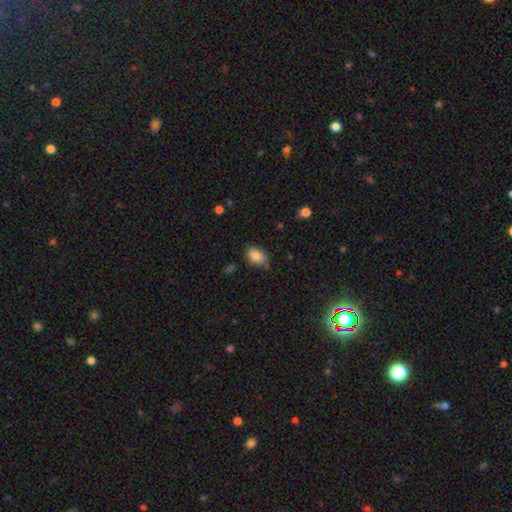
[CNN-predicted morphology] smooth_or_featured: smooth (p=0.84) [alt: star or artifact p=0.08]
how_rounded: in between (p=0.82) [alt: round p=0.16]
merging: none (p=0.70) [alt: minor disturbance p=0.24]